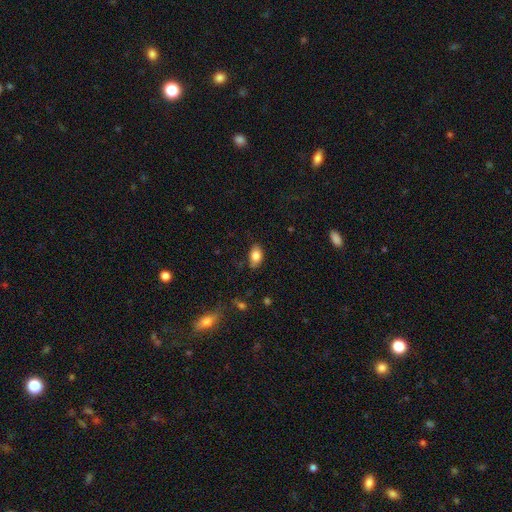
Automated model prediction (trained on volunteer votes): Smooth or featured: smooth — 83% (featured or disk — 10%)
How rounded: in between — 90% (round — 7%)
Merging: none — 77% (minor disturbance — 18%)